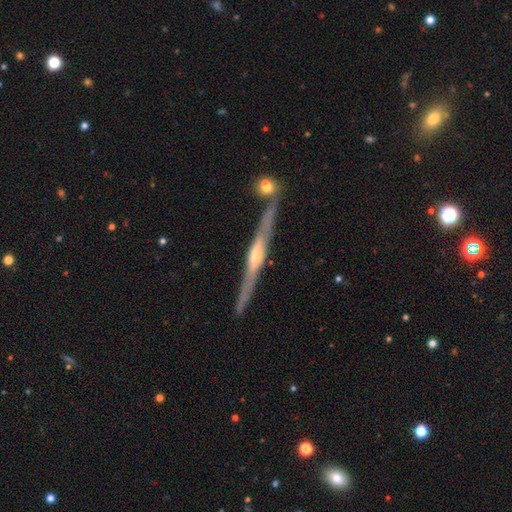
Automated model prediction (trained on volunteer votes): Smooth or featured?
  - featured or disk: 80% *
  - smooth: 15%
  - star or artifact: 5%
Edge-on disk?
  - yes: 96% *
  - no: 4%
Edge-on bulge?
  - rounded: 79% *
  - none: 13%
  - boxy: 8%
Merging?
  - none: 79% *
  - minor disturbance: 12%
  - merger: 7%
  - major disturbance: 3%